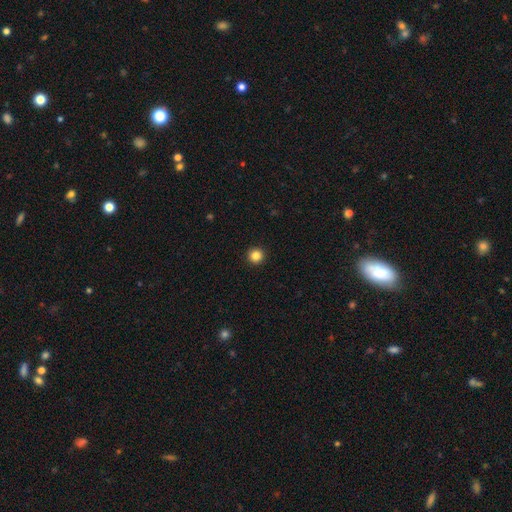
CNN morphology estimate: Smooth or featured? Predicted: smooth (p=0.85). How rounded? Predicted: round (p=0.96). Merging? Predicted: none (p=0.94).